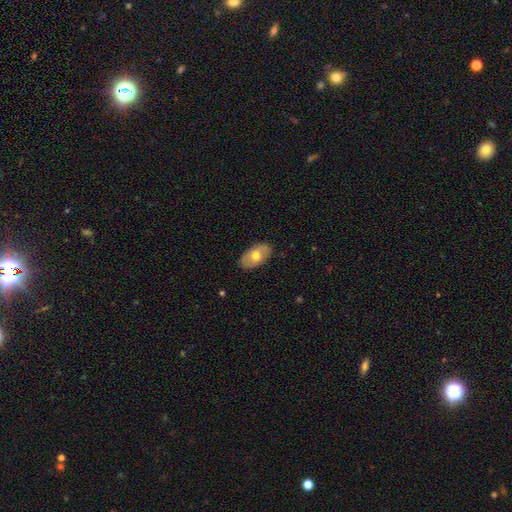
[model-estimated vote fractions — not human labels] A smooth galaxy with no disk features (61%) that is in between round and cigar-shaped (92%).

Vote fractions:
- Smooth or featured? smooth: 61% / featured or disk: 33% / star or artifact: 6%
- How rounded? in between: 92% / round: 6% / cigar-shaped: 2%
- Merging? none: 86% / minor disturbance: 11% / major disturbance: 2% / merger: 1%